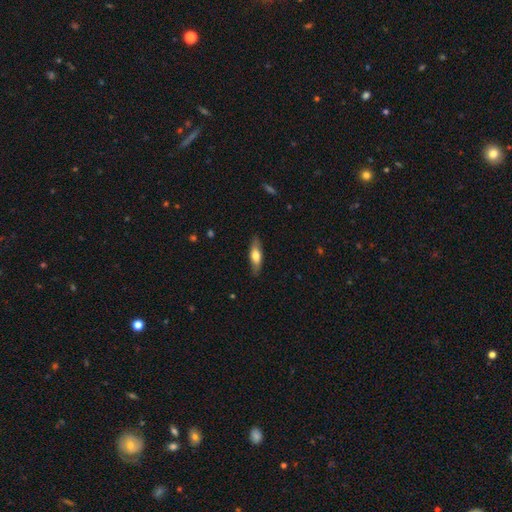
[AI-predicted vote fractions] A smooth galaxy with no disk features (60%) that is cigar-shaped (52%). Merging: none (84%).